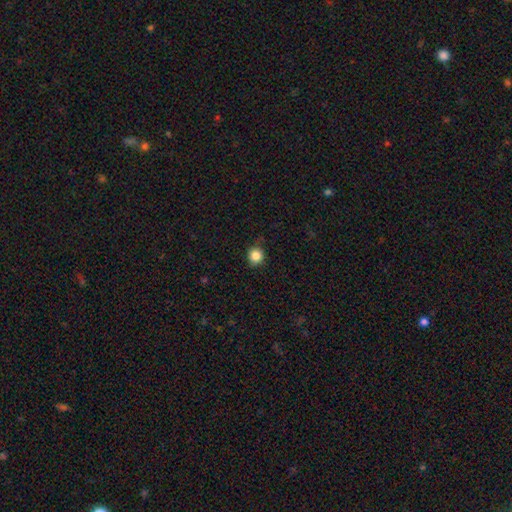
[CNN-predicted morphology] smooth 85%, star or artifact 11%, featured or disk 4%. Down the decision tree: how rounded — round (92%); merging — none (85%).